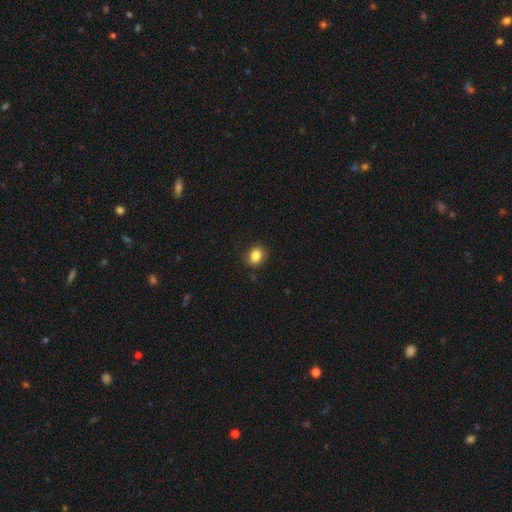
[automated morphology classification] smooth 84%, star or artifact 10%, featured or disk 6%. Down the decision tree: how rounded — round (57%); merging — none (86%).